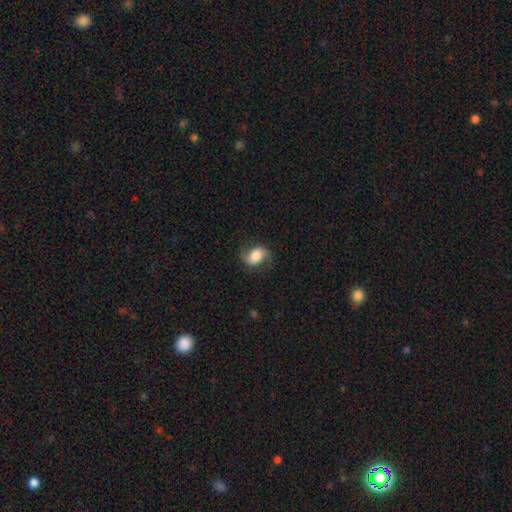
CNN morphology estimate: A smooth galaxy with no disk features (48%).

Vote fractions:
- Smooth or featured? smooth: 48% / featured or disk: 44% / star or artifact: 9%
- Merging? none: 72% / minor disturbance: 18% / major disturbance: 9% / merger: 1%